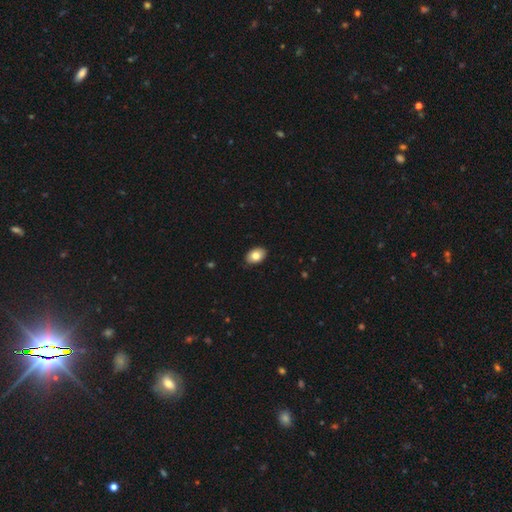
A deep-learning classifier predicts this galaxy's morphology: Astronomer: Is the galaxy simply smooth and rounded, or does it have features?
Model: smooth — 82%.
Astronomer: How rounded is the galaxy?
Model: in between — 87%.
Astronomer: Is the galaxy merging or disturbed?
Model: none — 87%.